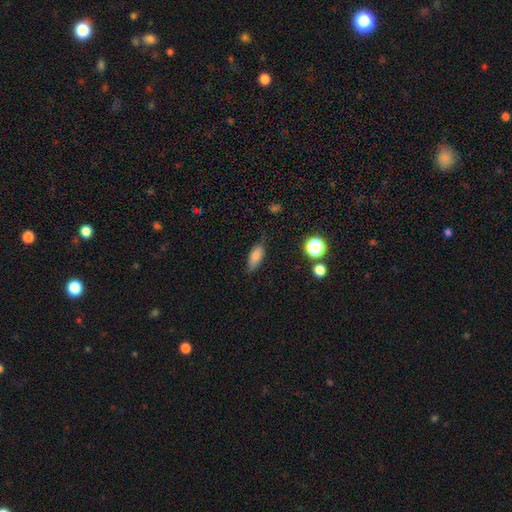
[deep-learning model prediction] smooth-or-featured: smooth: 77% | featured or disk: 14% | star or artifact: 9%
  how-rounded: in between: 74% | cigar-shaped: 21% | round: 4%
  merging: none: 74% | minor disturbance: 20% | major disturbance: 4% | merger: 2%